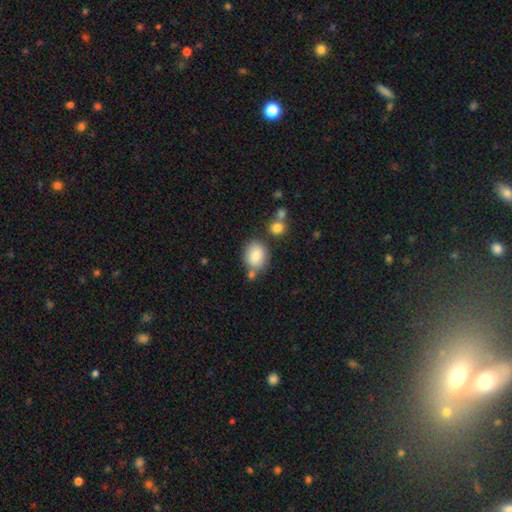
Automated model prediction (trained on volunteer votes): Smooth or featured: smooth — 82% (featured or disk — 10%)
How rounded: in between — 51% (round — 48%)
Merging: none — 66% (minor disturbance — 15%)